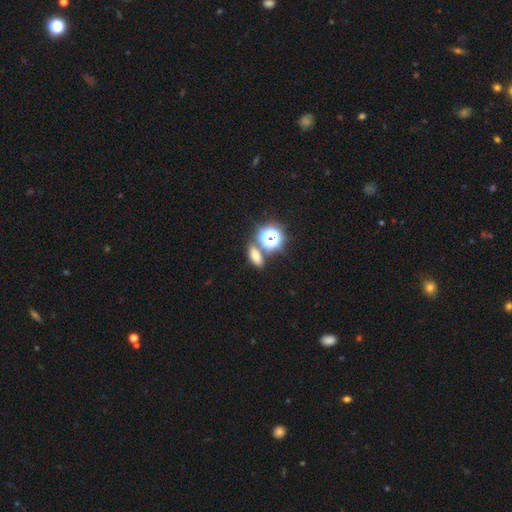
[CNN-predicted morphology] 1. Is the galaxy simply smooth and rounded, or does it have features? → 68% smooth, 22% star or artifact, 11% featured or disk.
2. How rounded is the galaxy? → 68% in between, 23% round, 9% cigar-shaped.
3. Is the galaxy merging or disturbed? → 72% none, 15% merger, 10% minor disturbance, 4% major disturbance.